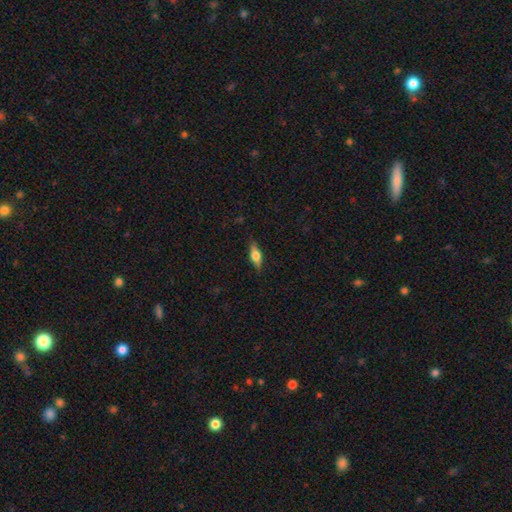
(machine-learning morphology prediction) Overall: smooth (49%; featured or disk 44%). Merging: none (86%).